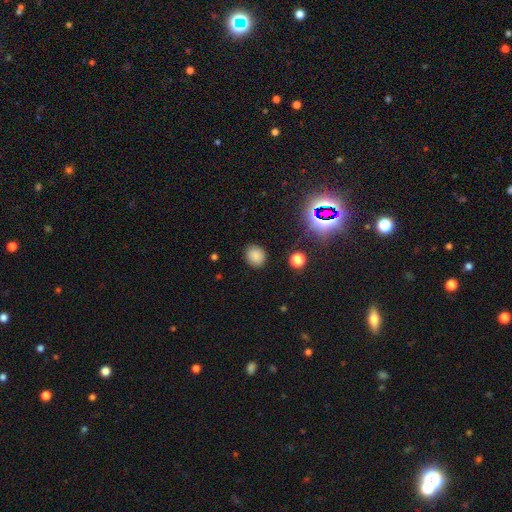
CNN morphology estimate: Smooth or featured: smooth — 81% (star or artifact — 14%)
How rounded: round — 64% (in between — 35%)
Merging: none — 88% (minor disturbance — 8%)